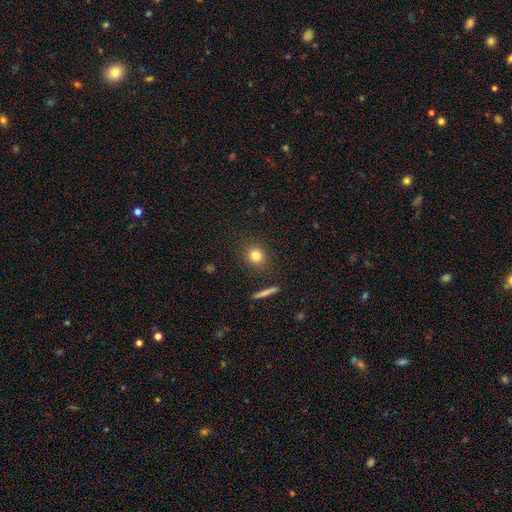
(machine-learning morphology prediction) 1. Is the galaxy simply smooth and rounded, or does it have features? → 81% smooth, 11% star or artifact, 8% featured or disk.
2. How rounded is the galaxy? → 84% round, 14% in between, 2% cigar-shaped.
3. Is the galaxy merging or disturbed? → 88% none, 7% minor disturbance, 3% major disturbance, 2% merger.